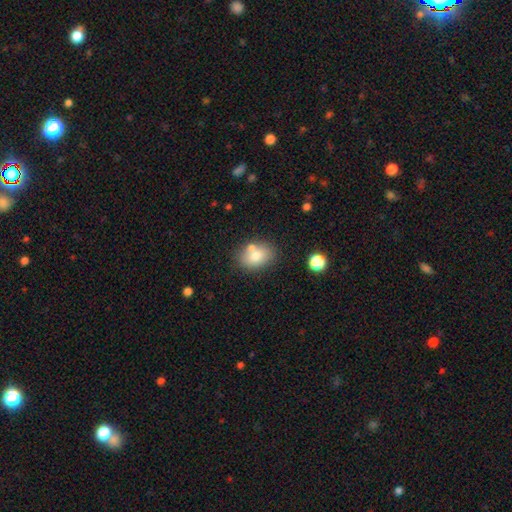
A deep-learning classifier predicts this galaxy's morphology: Smooth or featured? Predicted: smooth (p=0.76). How rounded? Predicted: in between (p=0.72). Merging? Predicted: none (p=0.67).